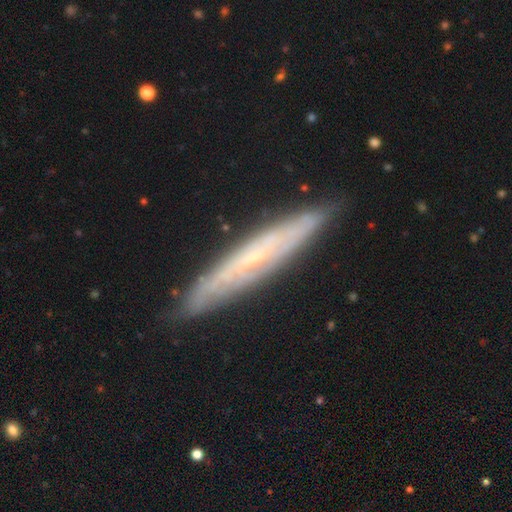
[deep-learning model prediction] smooth-or-featured: featured or disk: 68% | smooth: 25% | star or artifact: 7%
  disk-edge-on: yes: 68% | no: 32%
  merging: none: 85% | minor disturbance: 12% | major disturbance: 2% | merger: 1%